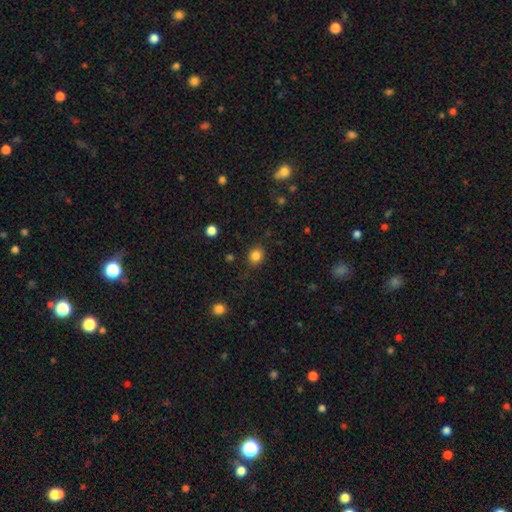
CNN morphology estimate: type=smooth (84%); roundness=round (69%); merging=none (85%).